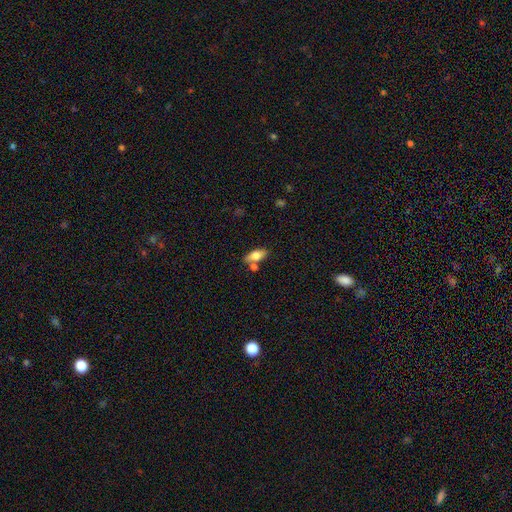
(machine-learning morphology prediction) smooth_or_featured: smooth (p=0.71) [alt: featured or disk p=0.22]
how_rounded: in between (p=0.81) [alt: cigar-shaped p=0.15]
merging: none (p=0.68) [alt: merger p=0.16]